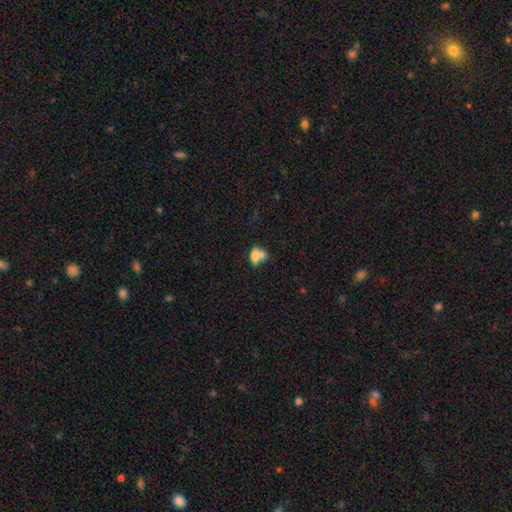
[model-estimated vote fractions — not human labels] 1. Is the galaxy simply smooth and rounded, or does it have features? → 70% smooth, 21% featured or disk, 10% star or artifact.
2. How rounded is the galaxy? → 77% in between, 18% round, 4% cigar-shaped.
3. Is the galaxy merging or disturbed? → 61% merger, 24% none, 9% minor disturbance, 6% major disturbance.